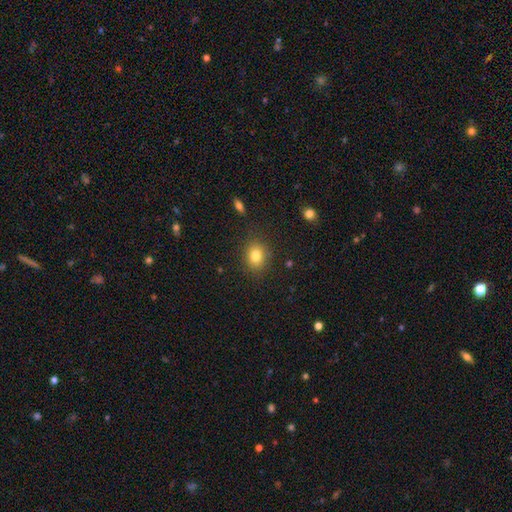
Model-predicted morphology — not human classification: Smooth or featured?
  - smooth: 81% *
  - star or artifact: 11%
  - featured or disk: 8%
How rounded?
  - round: 52% *
  - in between: 47%
  - cigar-shaped: 1%
Merging?
  - none: 85% *
  - minor disturbance: 10%
  - major disturbance: 3%
  - merger: 2%